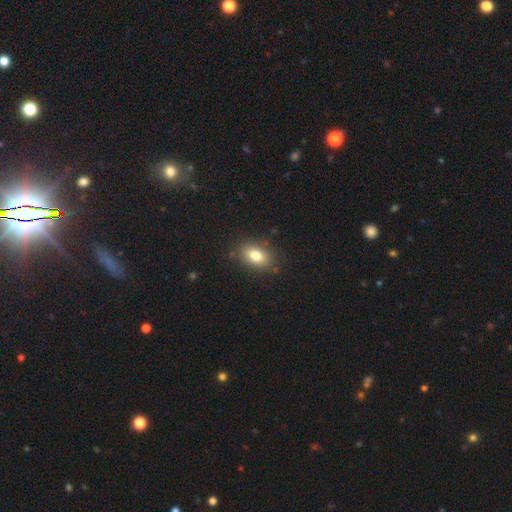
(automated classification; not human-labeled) Smooth or featured: smooth — 80% (featured or disk — 11%)
How rounded: in between — 86% (round — 12%)
Merging: none — 84% (minor disturbance — 12%)